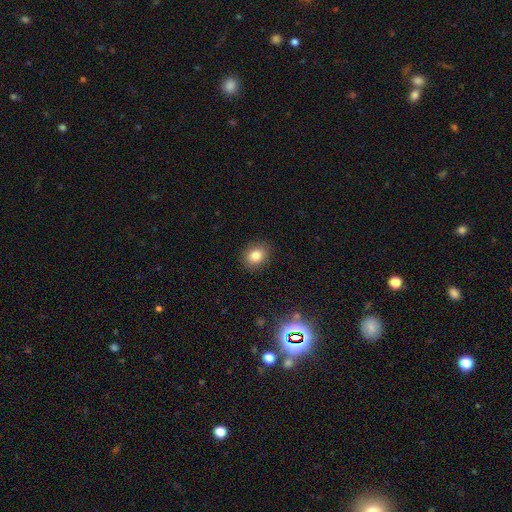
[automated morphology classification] smooth_or_featured: smooth (p=0.81) [alt: star or artifact p=0.11]
how_rounded: round (p=0.57) [alt: in between p=0.42]
merging: none (p=0.88) [alt: minor disturbance p=0.08]